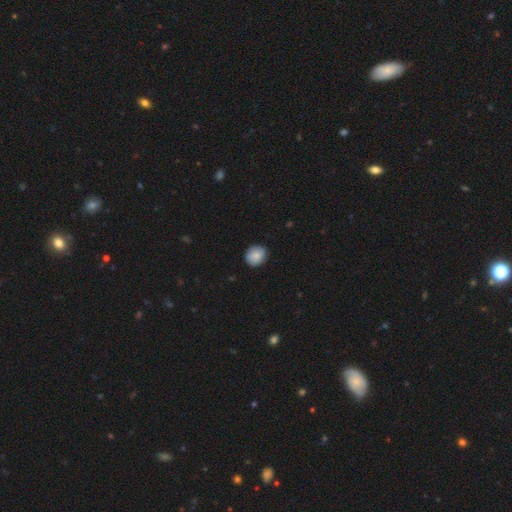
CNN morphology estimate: type=smooth (85%); roundness=round (73%); merging=none (86%).